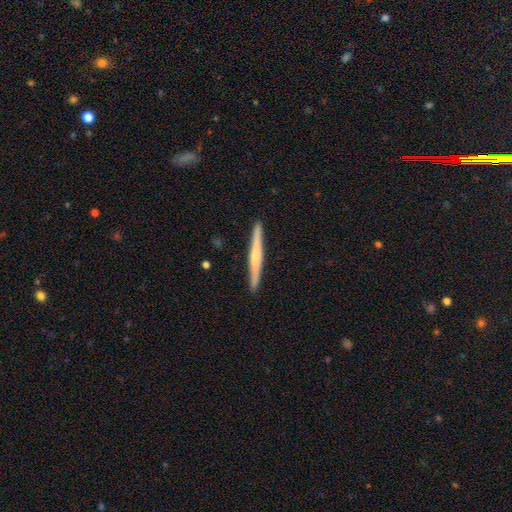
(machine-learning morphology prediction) featured or disk 51%, smooth 44%, star or artifact 5%. Down the decision tree: edge-on disk — yes (97%); merging — none (91%).